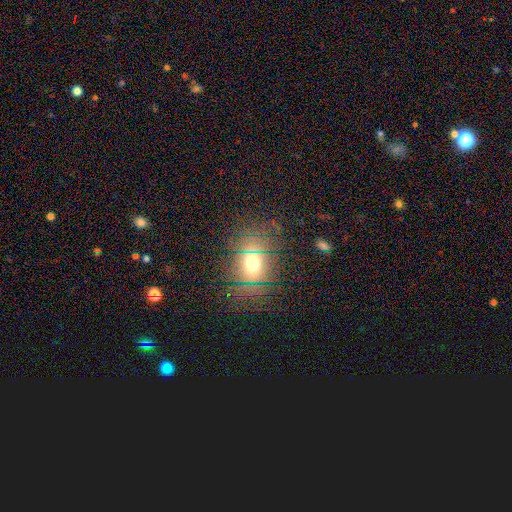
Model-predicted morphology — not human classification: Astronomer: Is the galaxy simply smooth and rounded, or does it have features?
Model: smooth — 54%.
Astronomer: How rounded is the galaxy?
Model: round — 52% (runner-up: in between, 45%).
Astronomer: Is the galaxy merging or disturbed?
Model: none — 77%.